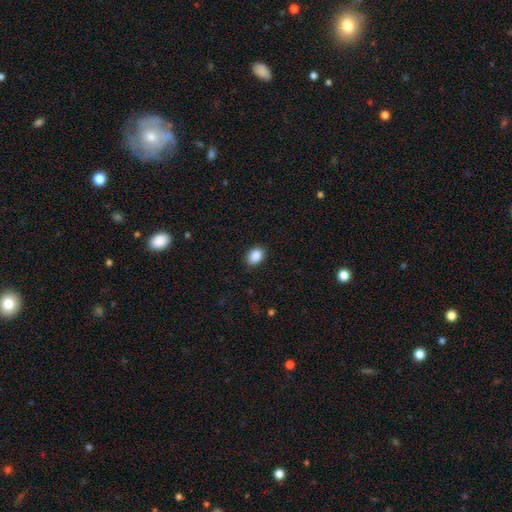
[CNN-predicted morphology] Smooth or featured: smooth — 88% (star or artifact — 8%)
How rounded: in between — 78% (round — 21%)
Merging: none — 87% (minor disturbance — 10%)